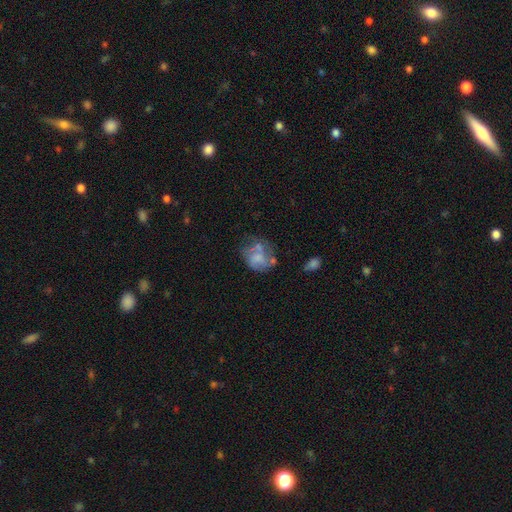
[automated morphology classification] featured or disk 50%, smooth 39%, star or artifact 11%. Down the decision tree: merging — none (40%).